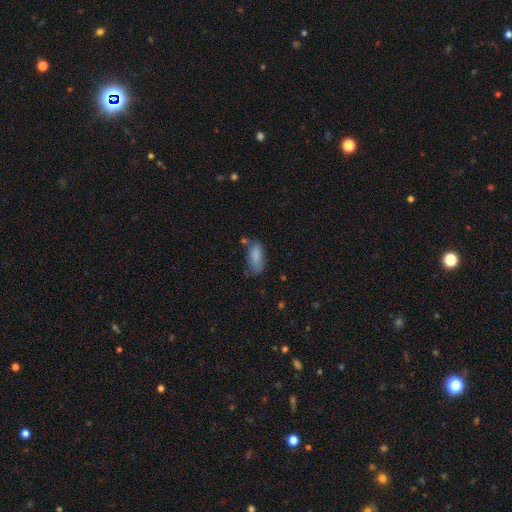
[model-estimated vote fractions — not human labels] A smooth galaxy with no disk features (83%) that is in between round and cigar-shaped (81%). Merging: none (50%).